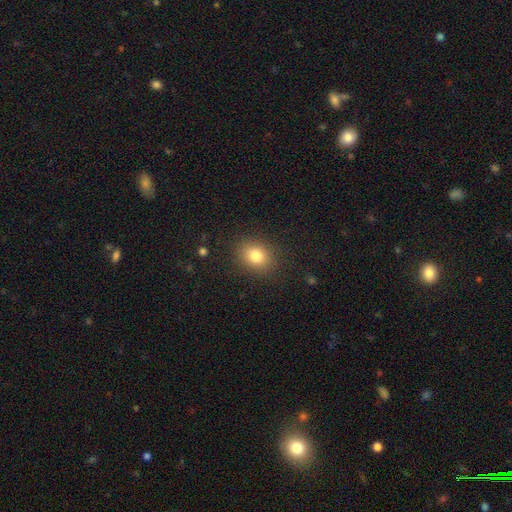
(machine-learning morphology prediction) Smooth or featured: smooth — 81% (star or artifact — 11%)
How rounded: round — 54% (in between — 45%)
Merging: none — 87% (minor disturbance — 9%)